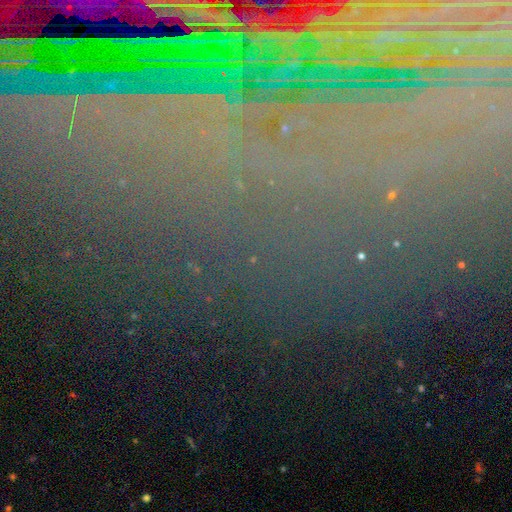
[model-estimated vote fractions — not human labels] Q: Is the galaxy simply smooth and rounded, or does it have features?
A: star or artifact — 65%.